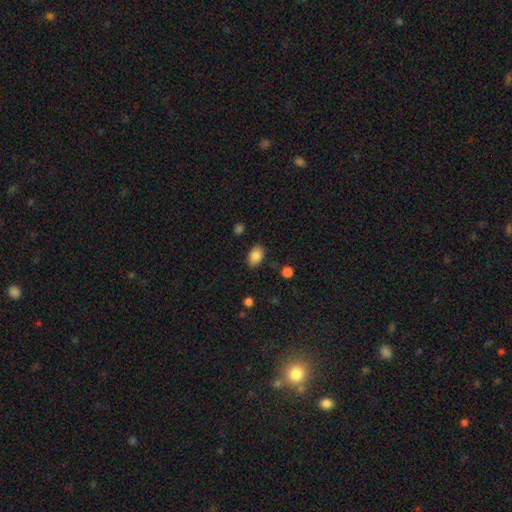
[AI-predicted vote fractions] Smooth or featured? smooth (85%)
How rounded? in between (83%)
Merging? none (81%)